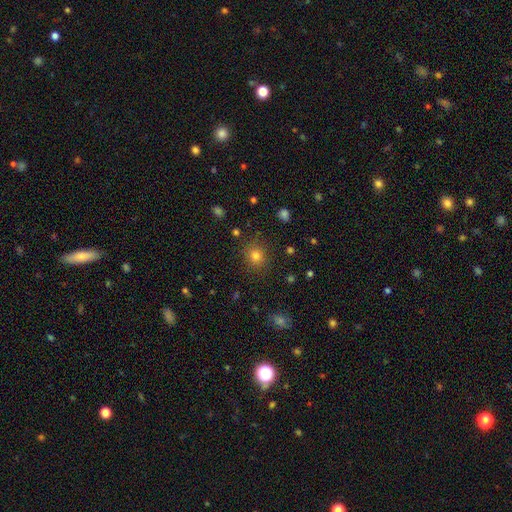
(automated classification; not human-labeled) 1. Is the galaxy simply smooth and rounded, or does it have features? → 77% smooth, 17% star or artifact, 7% featured or disk.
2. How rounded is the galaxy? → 84% round, 15% in between, 1% cigar-shaped.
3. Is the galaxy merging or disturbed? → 87% none, 8% minor disturbance, 3% major disturbance, 2% merger.